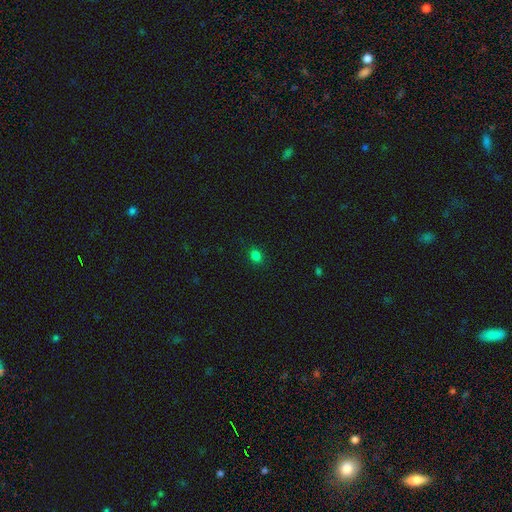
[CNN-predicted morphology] This is likely a smooth galaxy (80%). How rounded: possibly round (51%). Merging: clearly none (87%).